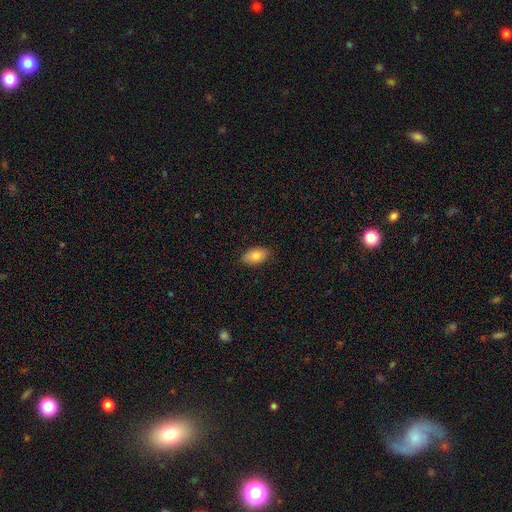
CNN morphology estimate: A smooth galaxy with no disk features (81%) that is in between round and cigar-shaped (93%). Merging: none (87%).